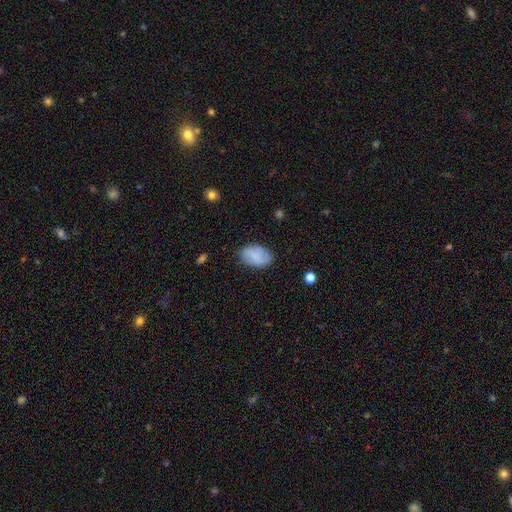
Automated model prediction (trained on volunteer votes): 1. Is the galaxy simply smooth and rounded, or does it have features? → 72% smooth, 20% featured or disk, 8% star or artifact.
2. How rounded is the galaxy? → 89% in between, 10% round, 1% cigar-shaped.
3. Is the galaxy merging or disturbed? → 74% none, 19% minor disturbance, 5% major disturbance, 2% merger.